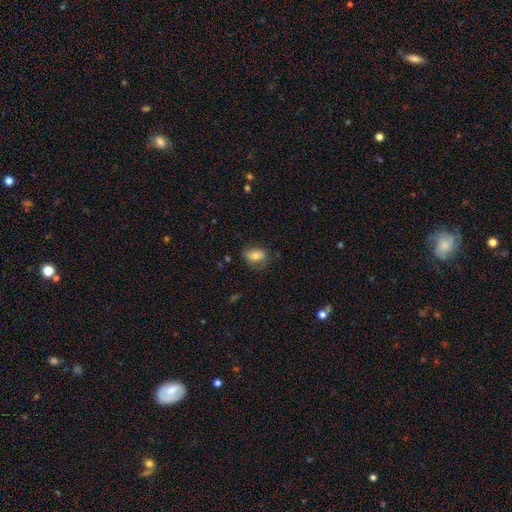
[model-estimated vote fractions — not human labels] Morphology: type=smooth (73%); roundness=in between (79%); merging=none (70%).